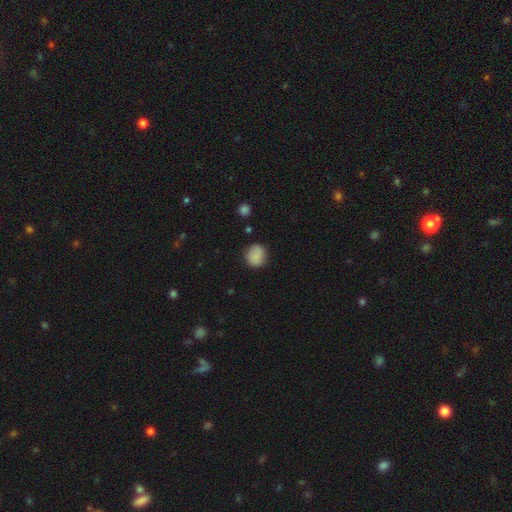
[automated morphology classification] This appears to be a smooth galaxy with no disk features (86%) that is round (79%). Merging: none (83%).